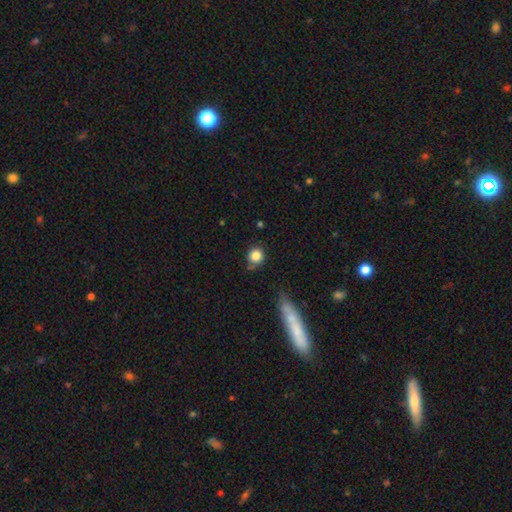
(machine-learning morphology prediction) A smooth galaxy with no disk features (84%) that is round (85%). Merging: none (73%).